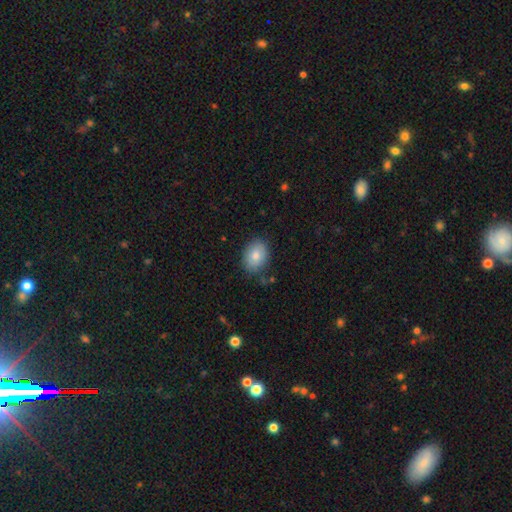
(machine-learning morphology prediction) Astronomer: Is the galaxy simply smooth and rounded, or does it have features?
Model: smooth — 82%.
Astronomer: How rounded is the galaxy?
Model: in between — 70%.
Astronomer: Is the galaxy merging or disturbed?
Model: none — 82%.